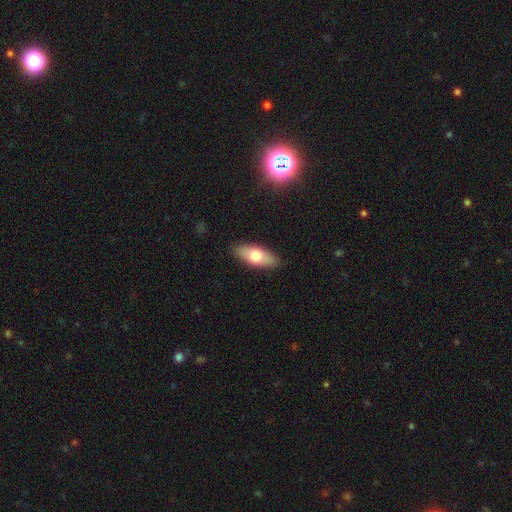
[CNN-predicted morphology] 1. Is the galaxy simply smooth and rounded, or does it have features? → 69% smooth, 24% featured or disk, 6% star or artifact.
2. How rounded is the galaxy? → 80% in between, 17% cigar-shaped, 3% round.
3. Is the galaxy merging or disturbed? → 88% none, 9% minor disturbance, 2% major disturbance, 1% merger.